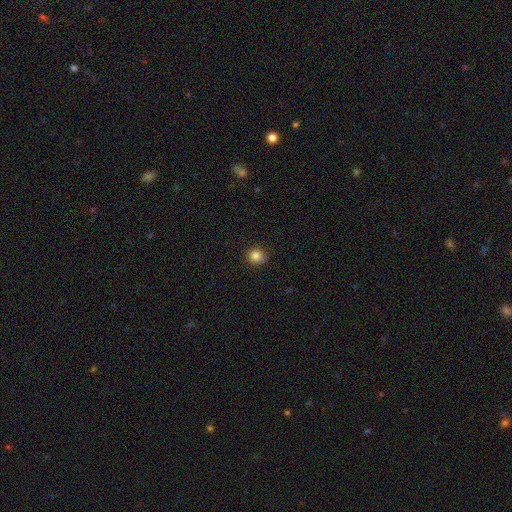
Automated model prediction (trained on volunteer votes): This is clearly a smooth galaxy (84%). How rounded: clearly round (90%). Merging: clearly none (86%).